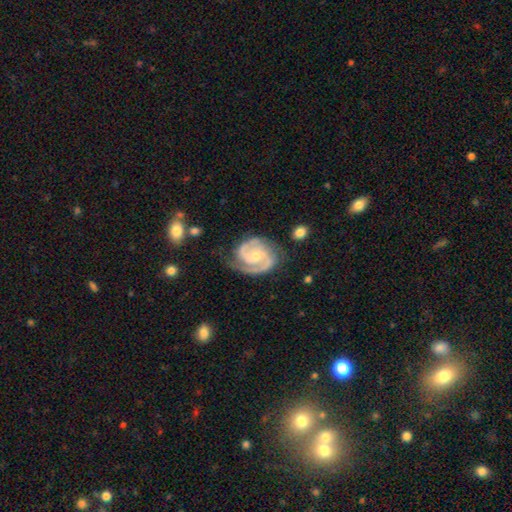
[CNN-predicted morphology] Smooth or featured?
  - featured or disk: 91% *
  - smooth: 5%
  - star or artifact: 4%
Edge-on disk?
  - no: 98% *
  - yes: 2%
Bar?
  - no: 47% *
  - weak: 40%
  - strong: 13%
Spiral arms?
  - yes: 98% *
  - no: 2%
Spiral winding?
  - medium: 49% *
  - tight: 43%
  - loose: 8%
Spiral arm count?
  - 2: 89% *
  - 3: 4%
  - can't tell: 3%
  - 1: 2%
  - 4: 1%
  - more than 4: 1%
Bulge size?
  - small: 58% *
  - moderate: 37%
  - none: 2%
  - large: 1%
  - dominant: 1%
Merging?
  - none: 74% *
  - minor disturbance: 18%
  - major disturbance: 6%
  - merger: 2%